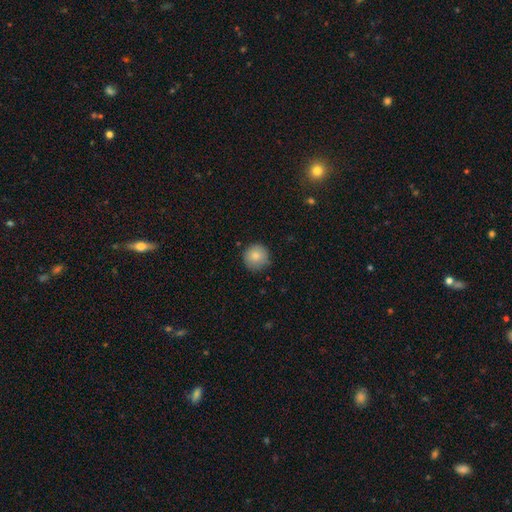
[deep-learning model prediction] Overall: smooth (84%). How rounded: round (95%). Merging: none (85%).